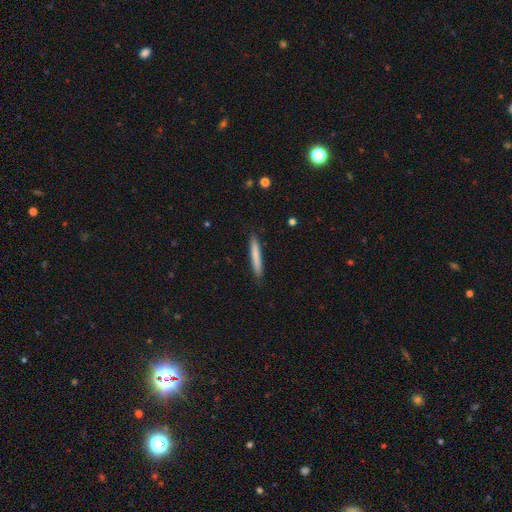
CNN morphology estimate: Smooth or featured? Predicted: smooth (p=0.77). How rounded? Predicted: cigar-shaped (p=0.96). Merging? Predicted: none (p=0.90).